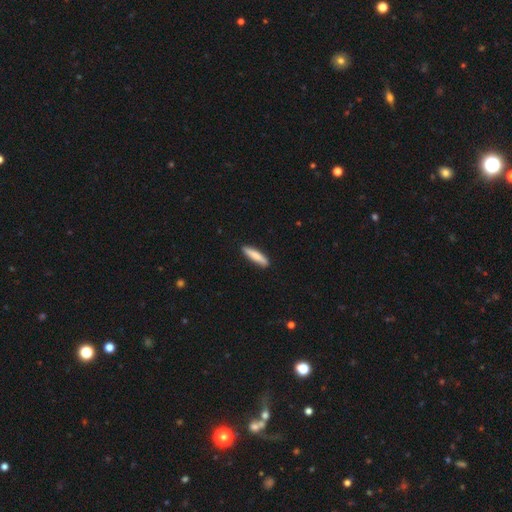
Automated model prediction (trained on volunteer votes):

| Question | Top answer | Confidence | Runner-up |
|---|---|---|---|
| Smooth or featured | smooth | 81% | featured or disk (14%) |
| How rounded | cigar-shaped | 84% | in between (14%) |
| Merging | none | 89% | minor disturbance (8%) |